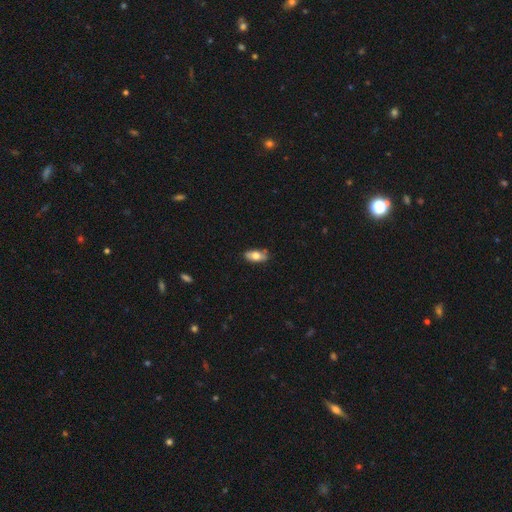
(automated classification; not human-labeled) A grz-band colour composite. It shows a smooth galaxy with no disk features (69%) that is in between round and cigar-shaped (87%). Merging: none (80%).